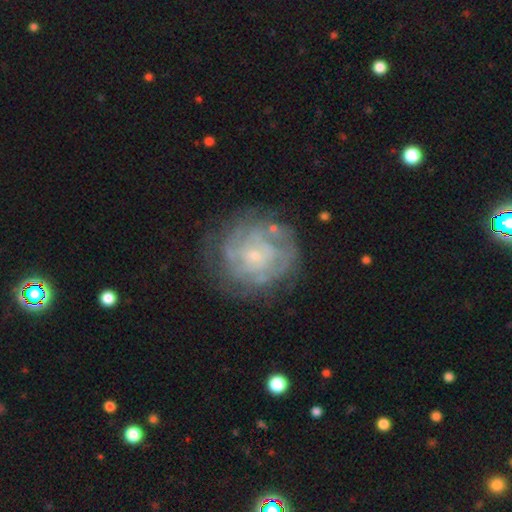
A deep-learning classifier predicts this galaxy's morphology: Smooth or featured?
  - featured or disk: 71% *
  - smooth: 22%
  - star or artifact: 8%
Edge-on disk?
  - no: 98% *
  - yes: 2%
Bar?
  - no: 79% *
  - weak: 17%
  - strong: 3%
Spiral arms?
  - yes: 70% *
  - no: 30%
Bulge size?
  - small: 79% *
  - moderate: 14%
  - none: 5%
  - large: 2%
  - dominant: 1%
Merging?
  - none: 70% *
  - minor disturbance: 17%
  - major disturbance: 10%
  - merger: 3%